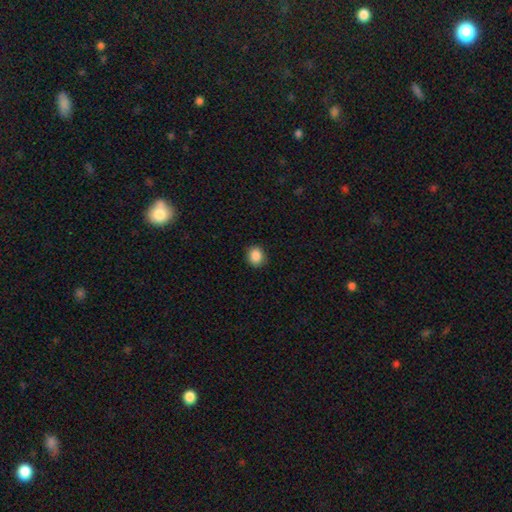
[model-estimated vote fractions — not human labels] smooth-or-featured: smooth: 88% | star or artifact: 9% | featured or disk: 3%
  how-rounded: round: 73% | in between: 26% | cigar-shaped: 1%
  merging: none: 90% | minor disturbance: 7% | major disturbance: 2% | merger: 1%